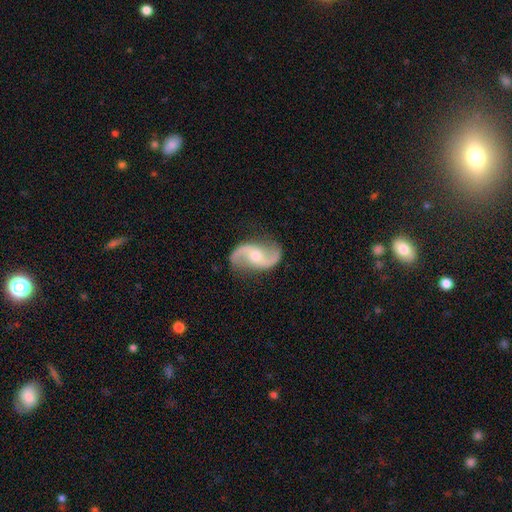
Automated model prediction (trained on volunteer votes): Smooth or featured? featured or disk (92%)
Edge-on disk? no (98%)
Bar? no (50%)
Spiral arms? yes (98%)
Spiral winding? loose (62%)
Spiral arm count? 2 (94%)
Bulge size? moderate (57%)
Merging? none (84%)